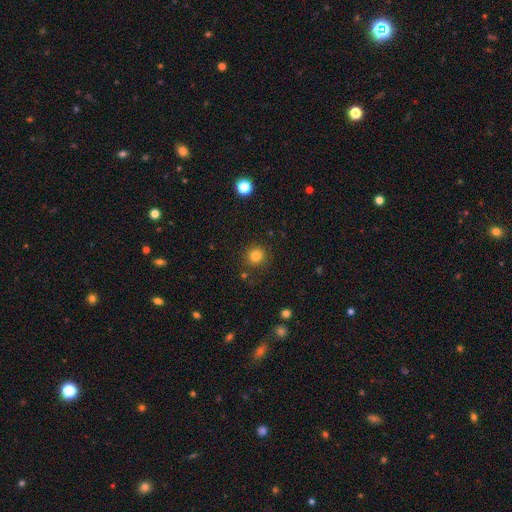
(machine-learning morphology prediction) A smooth galaxy with no disk features (82%) that is round (92%). Merging: none (87%).